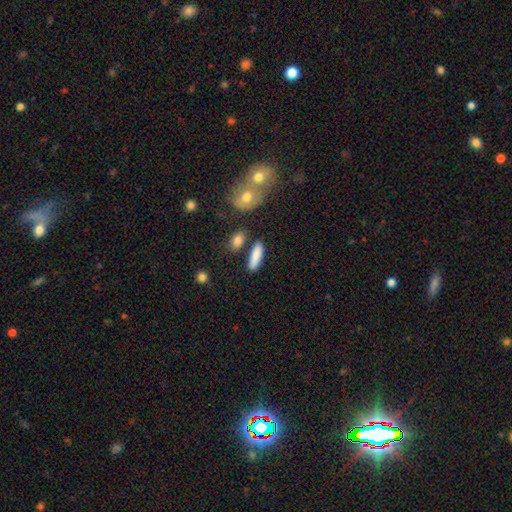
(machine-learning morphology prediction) Overall: smooth (86%). How rounded: cigar-shaped (63%; in between 34%). Merging: none (79%).